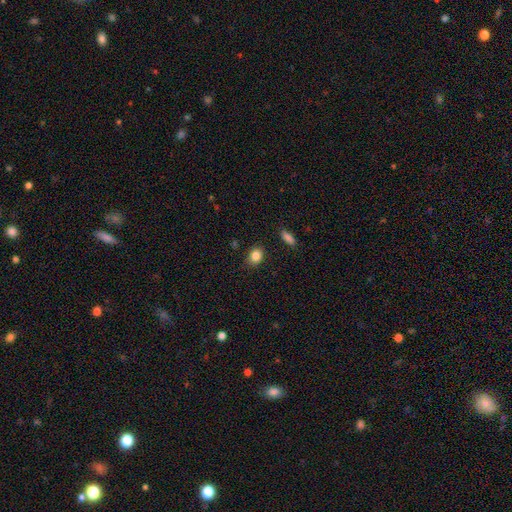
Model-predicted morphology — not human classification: Smooth or featured? Predicted: smooth (p=0.85). How rounded? Predicted: in between (p=0.53). Merging? Predicted: none (p=0.85).